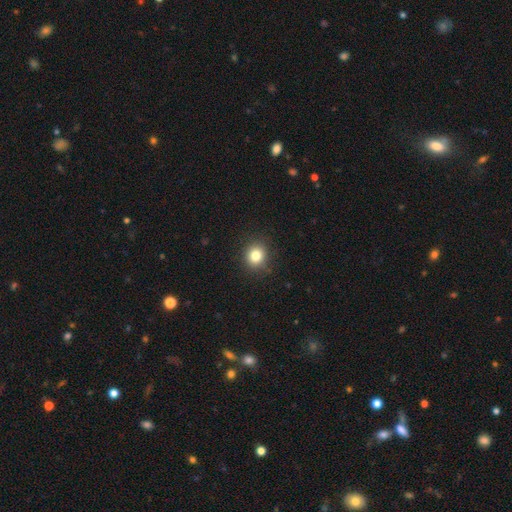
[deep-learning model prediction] Smooth or featured? Predicted: smooth (p=0.82). How rounded? Predicted: round (p=0.82). Merging? Predicted: none (p=0.89).